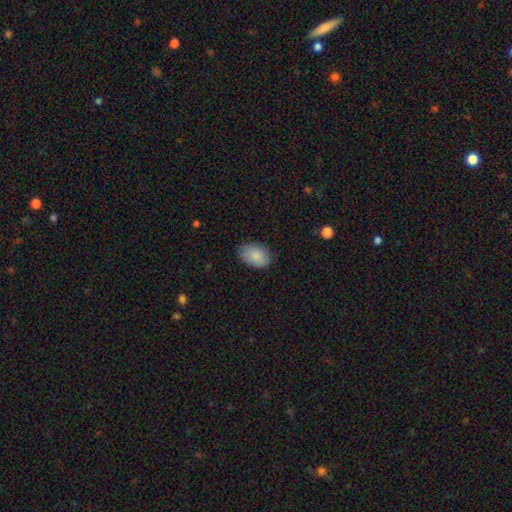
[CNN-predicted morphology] This appears to be a smooth galaxy with no disk features (86%) that is in between round and cigar-shaped (86%). Merging: none (81%).